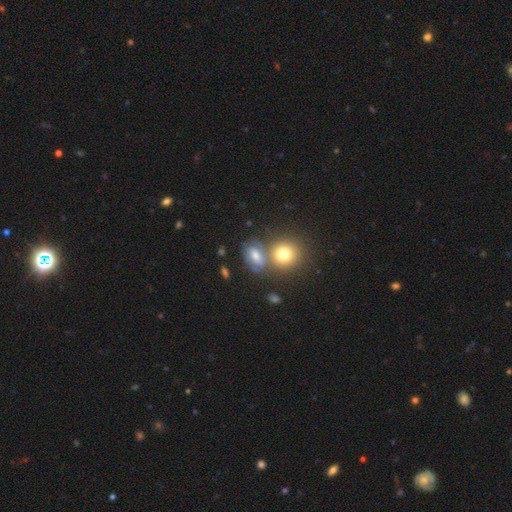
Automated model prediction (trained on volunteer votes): smooth-or-featured: smooth: 49% | featured or disk: 37% | star or artifact: 14%
  merging: none: 48% | merger: 28% | minor disturbance: 16% | major disturbance: 8%